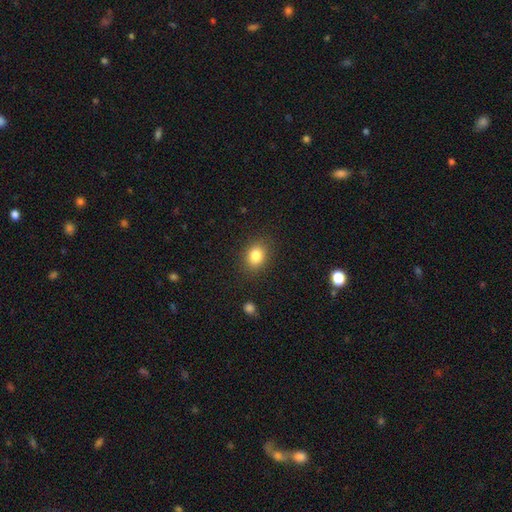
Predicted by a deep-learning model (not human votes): smooth 83%, star or artifact 10%, featured or disk 6%. Down the decision tree: how rounded — in between (54%); merging — none (86%).